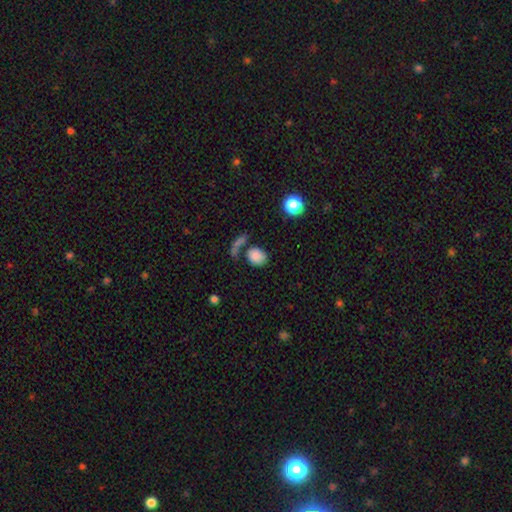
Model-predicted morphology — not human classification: Smooth or featured: smooth — 83% (star or artifact — 10%)
How rounded: round — 56% (in between — 43%)
Merging: none — 58% (merger — 21%)